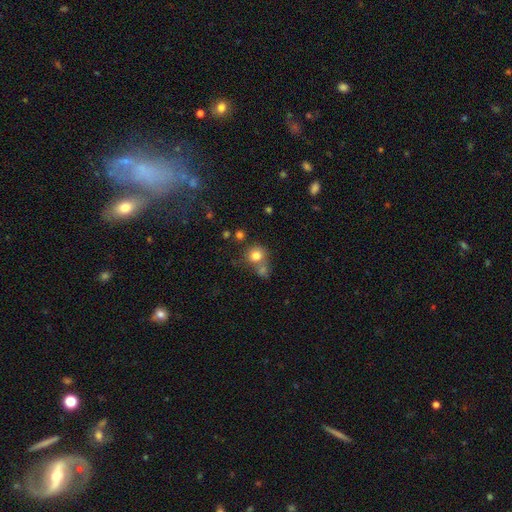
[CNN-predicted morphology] Q: Smooth or featured?
A: smooth (79%); runner-up: star or artifact (12%)
Q: How rounded?
A: round (86%); runner-up: in between (13%)
Q: Merging?
A: none (55%); runner-up: merger (29%)